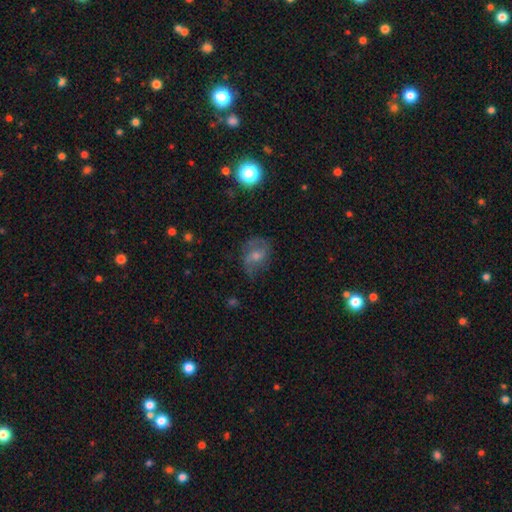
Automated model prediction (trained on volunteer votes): Smooth or featured? featured or disk (54%)
Edge-on disk? no (96%)
Bar? no (52%)
Spiral arms? yes (76%)
Bulge size? moderate (46%)
Merging? none (62%)